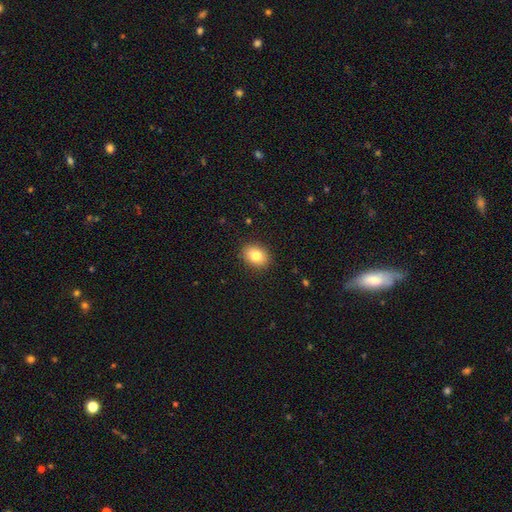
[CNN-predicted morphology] This is clearly a smooth galaxy (81%). How rounded: likely in between (62%). Merging: clearly none (89%).